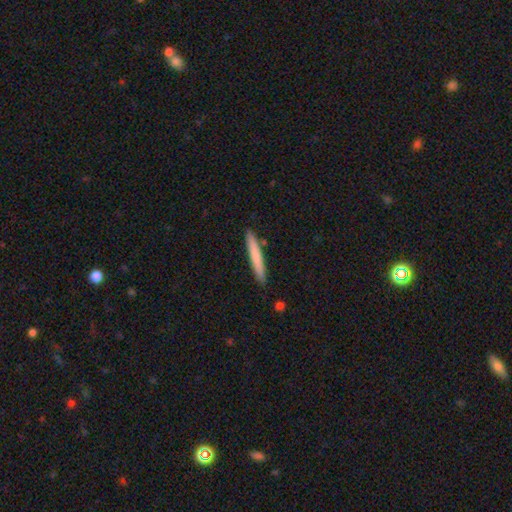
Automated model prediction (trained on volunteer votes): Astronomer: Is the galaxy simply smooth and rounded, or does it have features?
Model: smooth — 73%.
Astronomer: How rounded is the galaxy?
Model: cigar-shaped — 96%.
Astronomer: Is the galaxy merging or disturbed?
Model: none — 89%.